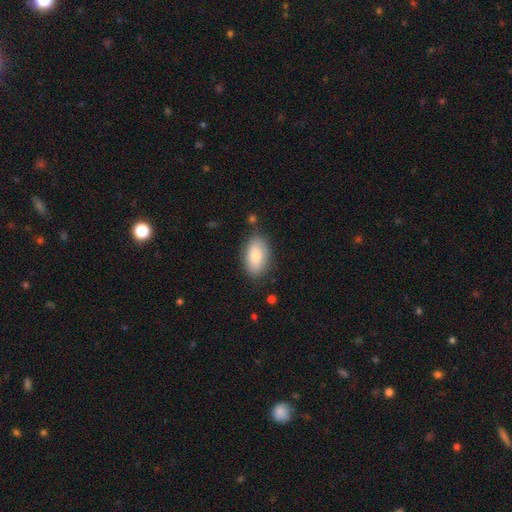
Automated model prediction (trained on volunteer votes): This appears to be a smooth galaxy with no disk features (80%) that is in between round and cigar-shaped (92%). Merging: none (80%).